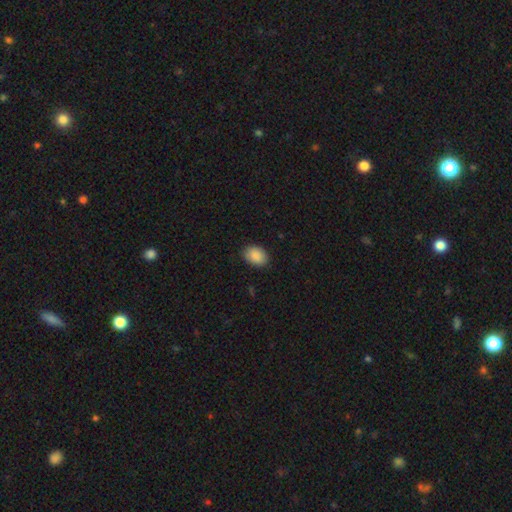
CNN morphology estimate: smooth-or-featured: smooth: 89% | star or artifact: 7% | featured or disk: 4%
  how-rounded: in between: 82% | round: 17% | cigar-shaped: 1%
  merging: none: 86% | minor disturbance: 11% | major disturbance: 2% | merger: 1%